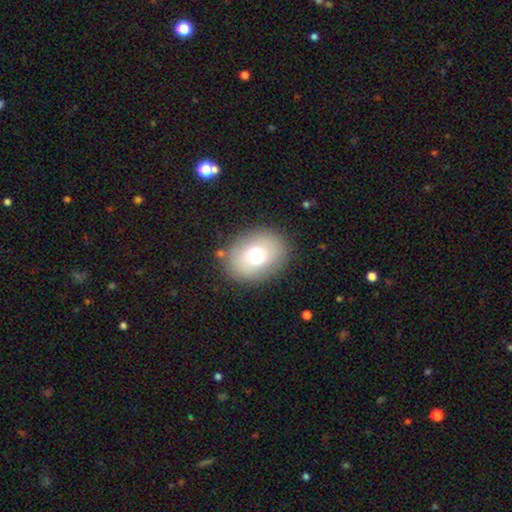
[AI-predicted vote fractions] smooth_or_featured: smooth (p=0.71) [alt: featured or disk p=0.17]
how_rounded: in between (p=0.52) [alt: round p=0.47]
merging: none (p=0.85) [alt: minor disturbance p=0.09]